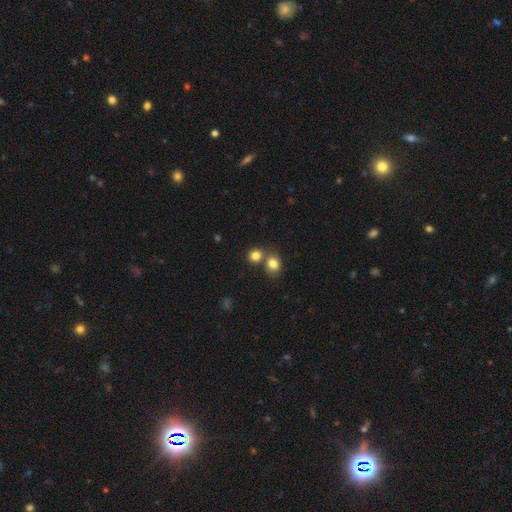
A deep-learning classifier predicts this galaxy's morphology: type=smooth (82%); roundness=round (76%); merging=none (53%).